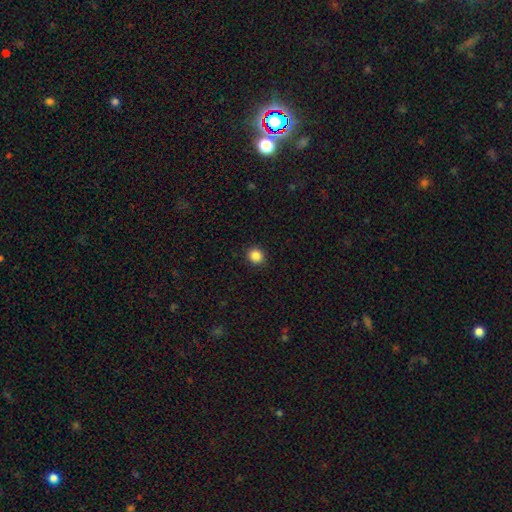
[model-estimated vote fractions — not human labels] Smooth or featured? smooth (87%)
How rounded? round (82%)
Merging? none (91%)